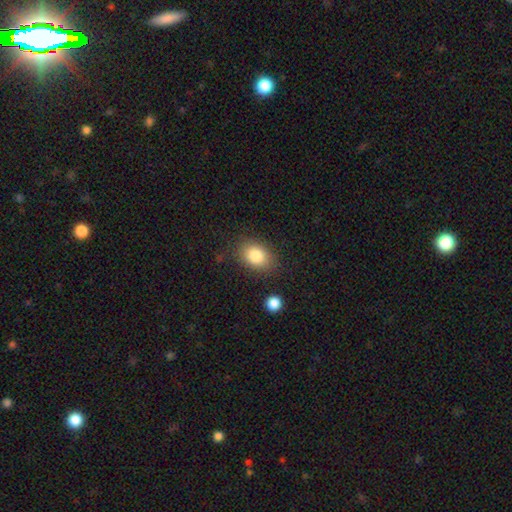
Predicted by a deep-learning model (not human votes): The model was most divided on "how rounded": in between: 72%, round: 27%, cigar-shaped: 1%. More confident: smooth or featured — smooth (83%); merging — none (80%).